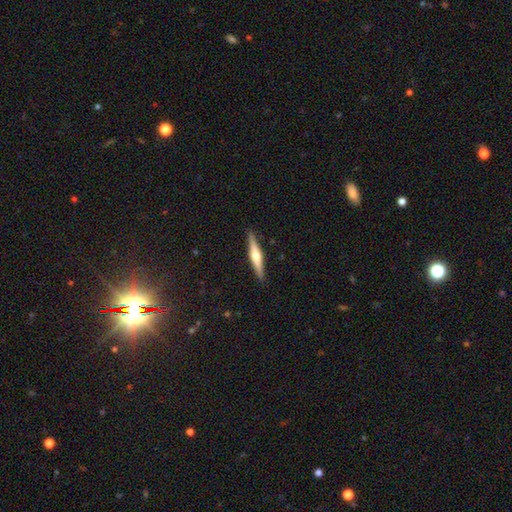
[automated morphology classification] The model was most divided on "smooth or featured": featured or disk: 61%, smooth: 34%, star or artifact: 5%. More confident: edge-on disk — yes (97%); merging — none (90%); edge-on bulge — rounded (87%).